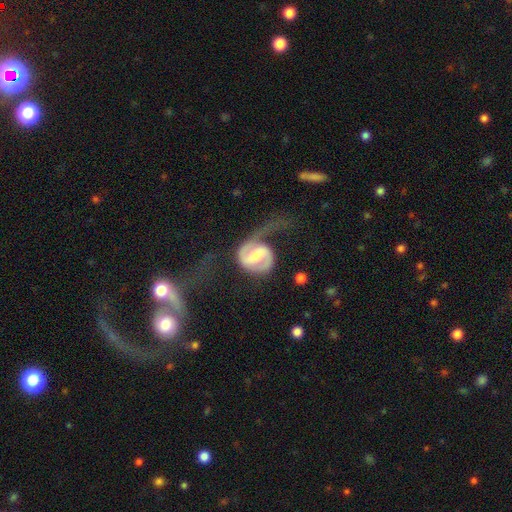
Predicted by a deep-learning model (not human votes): This is clearly a featured or disk galaxy (83%). It is clearly not viewed edge-on (98%). Bar: possibly strong (45%). Spiral arm pattern: clearly yes (93%). Spiral arm count: likely 2 (71%). Spiral winding: marginally medium (41%). Central bulge: marginally moderate (37%). Merging: possibly major disturbance (51%).